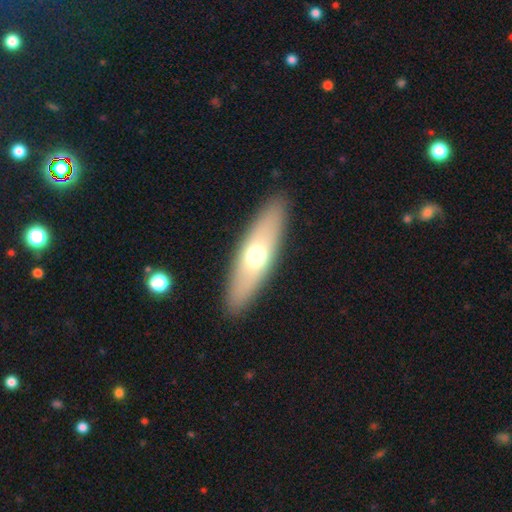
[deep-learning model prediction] smooth_or_featured: smooth (p=0.60) [alt: featured or disk p=0.34]
how_rounded: cigar-shaped (p=0.55) [alt: in between p=0.42]
merging: none (p=0.90) [alt: minor disturbance p=0.07]